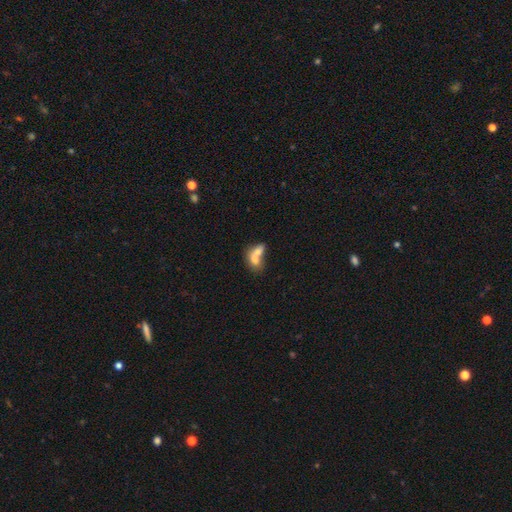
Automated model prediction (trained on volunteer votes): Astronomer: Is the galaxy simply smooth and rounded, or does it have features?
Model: smooth — 69%.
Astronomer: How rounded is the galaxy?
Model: in between — 75%.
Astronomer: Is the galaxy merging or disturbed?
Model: merger — 72%.